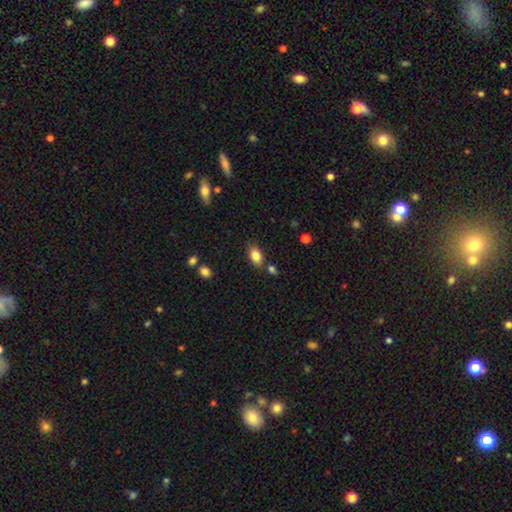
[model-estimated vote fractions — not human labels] Smooth or featured?
  - smooth: 85% *
  - star or artifact: 8%
  - featured or disk: 7%
How rounded?
  - in between: 88% *
  - round: 10%
  - cigar-shaped: 2%
Merging?
  - none: 78% *
  - minor disturbance: 12%
  - merger: 7%
  - major disturbance: 3%